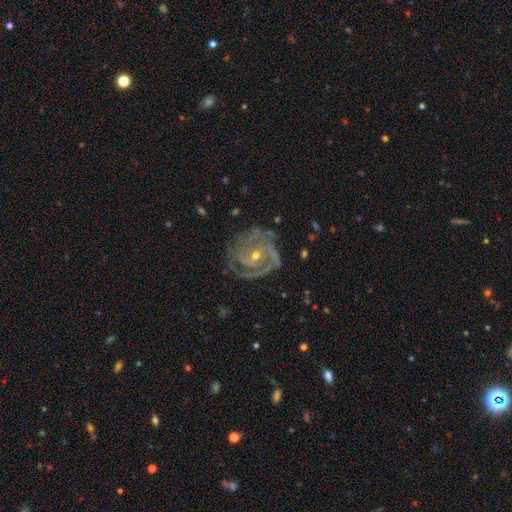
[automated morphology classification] The model was most divided on "spiral arm count": 3: 34%, 2: 29%, can't tell: 16%, 4: 9%, 1: 6%, more than 4: 6%. More confident: edge-on disk — no (98%); spiral arms — yes (97%); smooth or featured — featured or disk (90%); merging — none (72%); spiral winding — tight (65%); bulge size — small (57%); bar — no (53%).